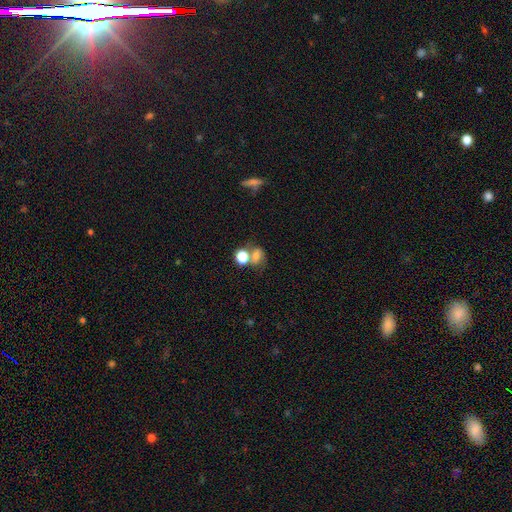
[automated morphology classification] A smooth galaxy with no disk features (66%) that is in between round and cigar-shaped (50%).

Vote fractions:
- Smooth or featured? smooth: 66% / featured or disk: 19% / star or artifact: 15%
- How rounded? in between: 50% / round: 48% / cigar-shaped: 2%
- Merging? merger: 44% / none: 36% / minor disturbance: 12% / major disturbance: 9%